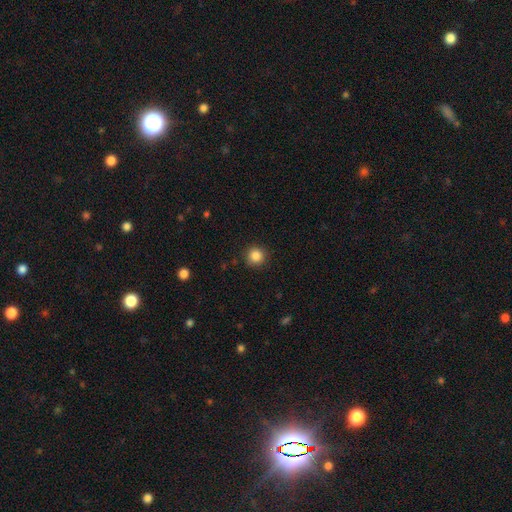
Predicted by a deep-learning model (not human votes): This is clearly a smooth galaxy (86%). How rounded: clearly round (94%). Merging: clearly none (90%).